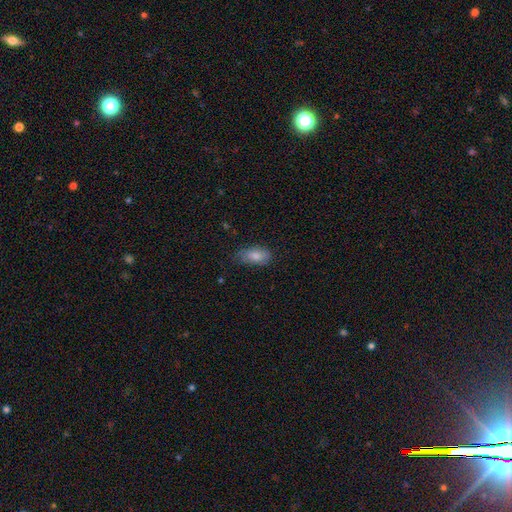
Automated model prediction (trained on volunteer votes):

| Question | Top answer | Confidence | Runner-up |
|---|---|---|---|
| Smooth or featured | smooth | 81% | featured or disk (12%) |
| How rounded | in between | 91% | cigar-shaped (5%) |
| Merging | none | 71% | minor disturbance (24%) |